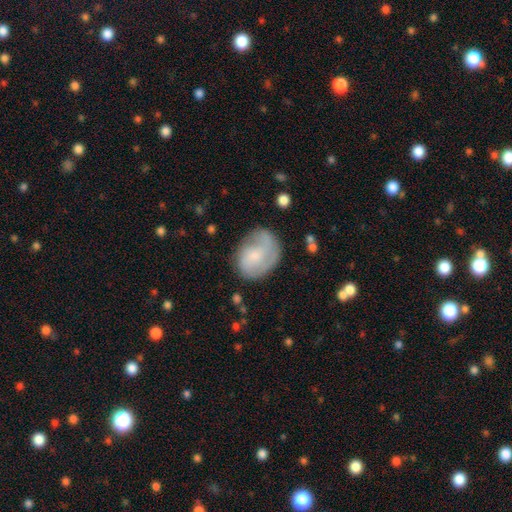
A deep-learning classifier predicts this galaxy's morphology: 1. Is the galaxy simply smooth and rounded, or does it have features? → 48% featured or disk, 45% smooth, 7% star or artifact.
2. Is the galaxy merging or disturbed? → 60% none, 25% minor disturbance, 13% major disturbance, 3% merger.